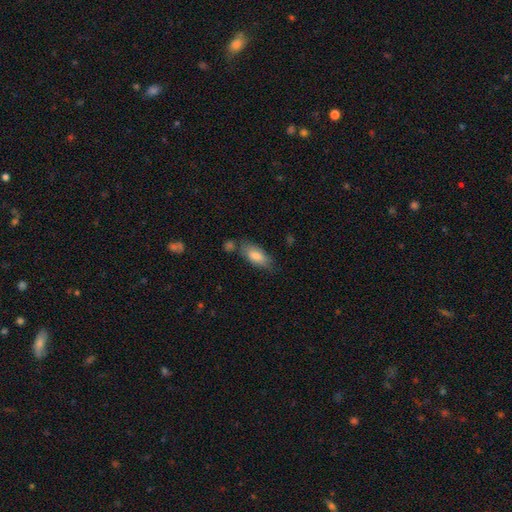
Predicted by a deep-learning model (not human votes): smooth-or-featured: smooth: 80% | featured or disk: 14% | star or artifact: 7%
  how-rounded: in between: 81% | cigar-shaped: 16% | round: 2%
  merging: none: 66% | minor disturbance: 20% | merger: 10% | major disturbance: 5%